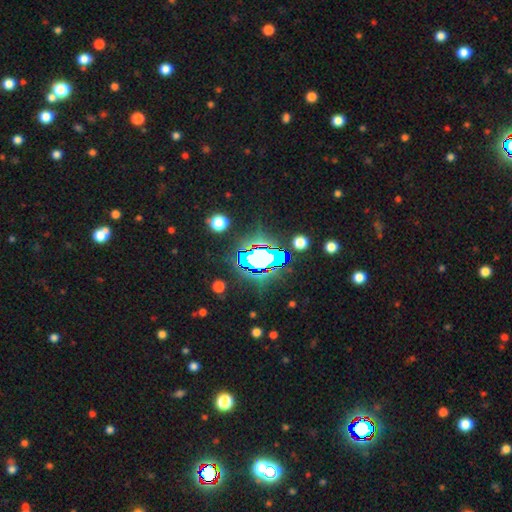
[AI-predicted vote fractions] smooth-or-featured: star or artifact: 67% | smooth: 19% | featured or disk: 14%